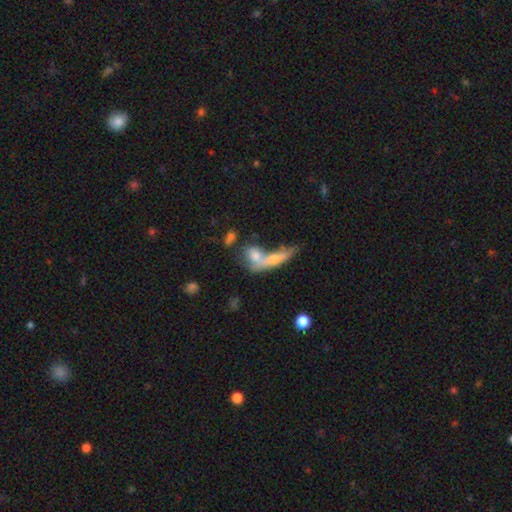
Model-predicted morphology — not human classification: smooth-or-featured: smooth: 66% | featured or disk: 24% | star or artifact: 10%
  how-rounded: in between: 56% | cigar-shaped: 26% | round: 18%
  merging: merger: 58% | none: 27% | minor disturbance: 9% | major disturbance: 6%